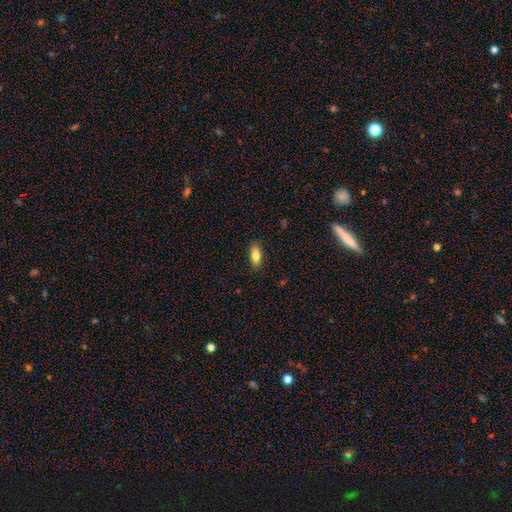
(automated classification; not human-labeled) Smooth or featured? smooth (83%)
How rounded? in between (82%)
Merging? none (88%)